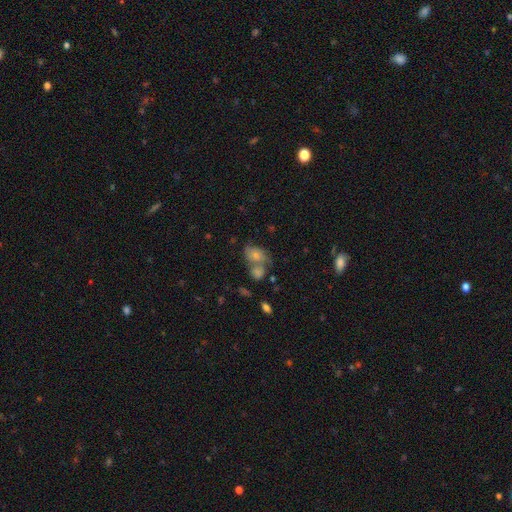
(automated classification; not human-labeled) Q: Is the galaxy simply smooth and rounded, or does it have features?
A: smooth — 44%.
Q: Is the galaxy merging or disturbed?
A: none — 43%.